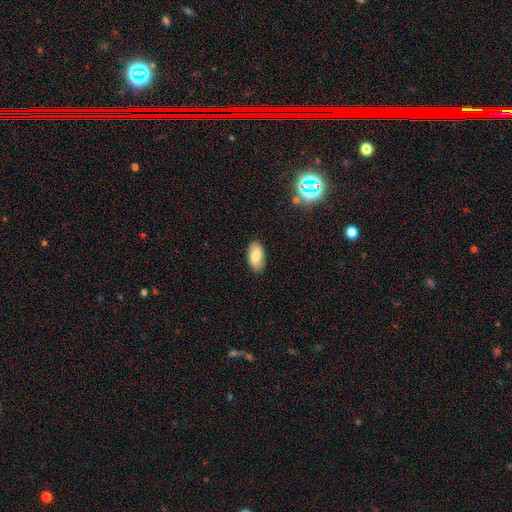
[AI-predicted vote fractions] A smooth galaxy with no disk features (77%) that is in between round and cigar-shaped (93%).

Vote fractions:
- Smooth or featured? smooth: 77% / featured or disk: 15% / star or artifact: 8%
- How rounded? in between: 93% / cigar-shaped: 4% / round: 3%
- Merging? none: 86% / minor disturbance: 11% / major disturbance: 2% / merger: 1%